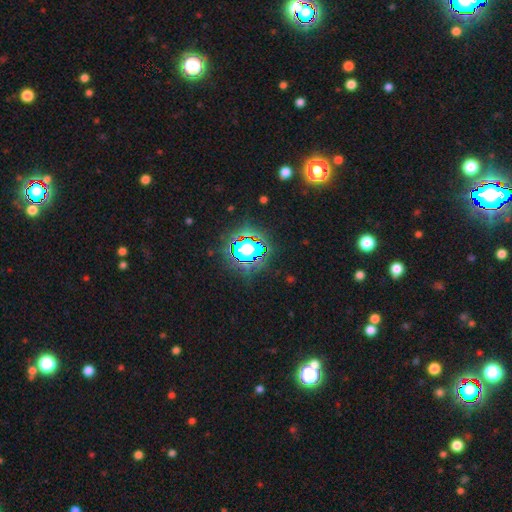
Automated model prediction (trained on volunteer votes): smooth_or_featured: star or artifact (p=0.66) [alt: smooth p=0.22]